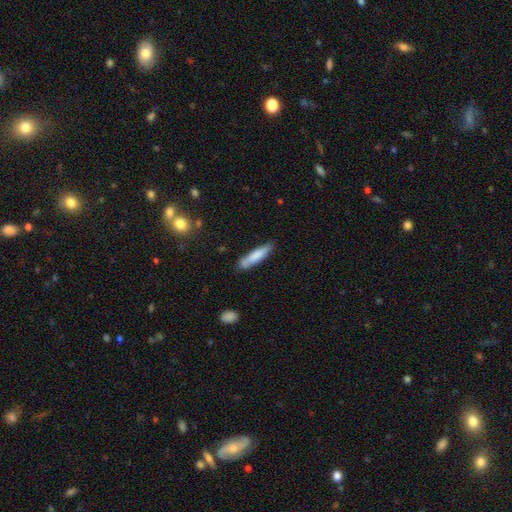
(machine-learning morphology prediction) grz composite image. It shows a smooth galaxy with no disk features (77%) that is cigar-shaped (83%). Merging: none (76%).